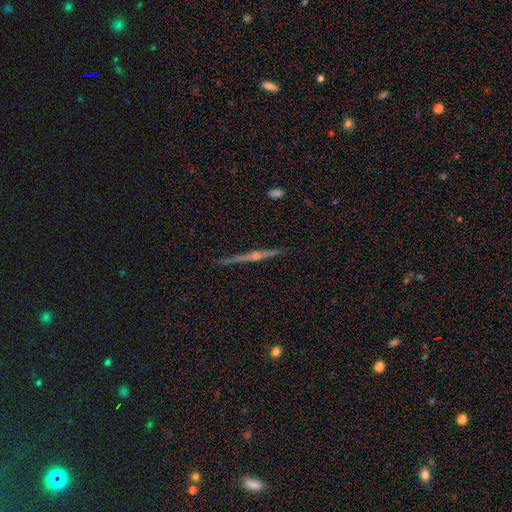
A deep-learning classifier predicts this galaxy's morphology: A featured or disk galaxy (83%) viewed edge-on (98%) with a rounded central bulge (86%). Merging: none (91%).